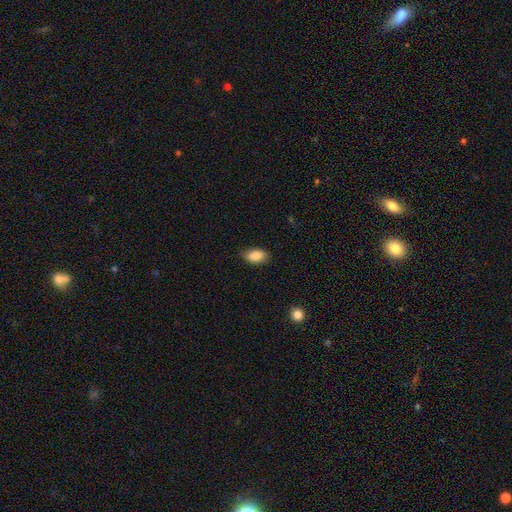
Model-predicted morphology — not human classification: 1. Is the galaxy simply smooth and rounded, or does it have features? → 87% smooth, 7% star or artifact, 6% featured or disk.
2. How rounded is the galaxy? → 92% in between, 6% round, 3% cigar-shaped.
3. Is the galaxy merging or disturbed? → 82% none, 15% minor disturbance, 3% major disturbance, 1% merger.